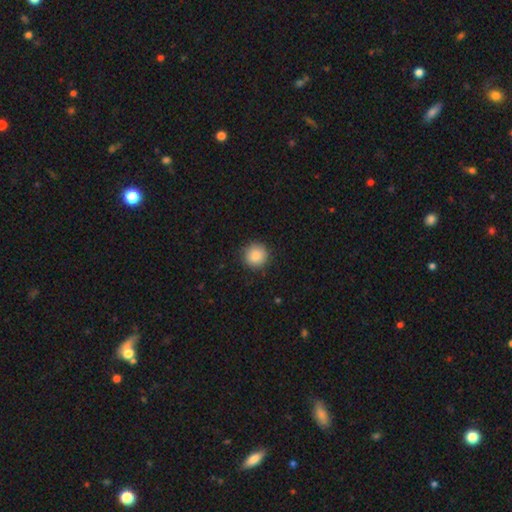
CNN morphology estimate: Smooth or featured?
  - smooth: 87% *
  - star or artifact: 9%
  - featured or disk: 4%
How rounded?
  - round: 94% *
  - in between: 5%
  - cigar-shaped: 1%
Merging?
  - none: 90% *
  - minor disturbance: 7%
  - major disturbance: 2%
  - merger: 1%